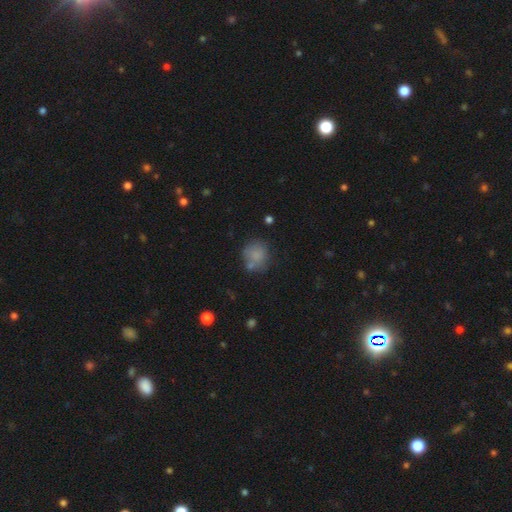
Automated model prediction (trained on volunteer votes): This appears to be a smooth galaxy with no disk features (77%) that is round (82%). Merging: none (62%).